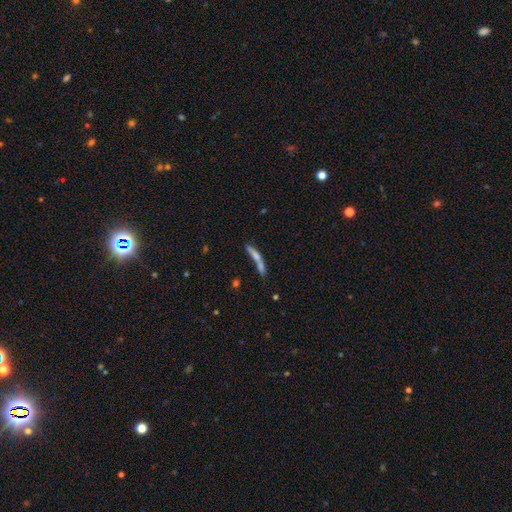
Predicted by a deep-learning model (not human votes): Smooth or featured?
  - smooth: 60% *
  - featured or disk: 30%
  - star or artifact: 10%
How rounded?
  - cigar-shaped: 87% *
  - in between: 10%
  - round: 3%
Merging?
  - none: 40% *
  - merger: 36%
  - minor disturbance: 14%
  - major disturbance: 9%